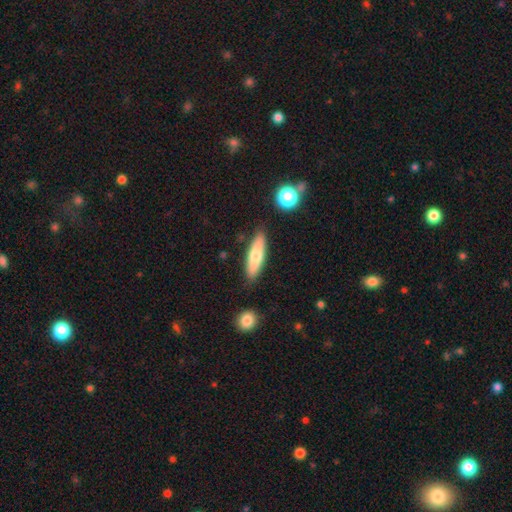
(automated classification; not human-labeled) A smooth galaxy with no disk features (69%) that is cigar-shaped (63%). Merging: none (84%).